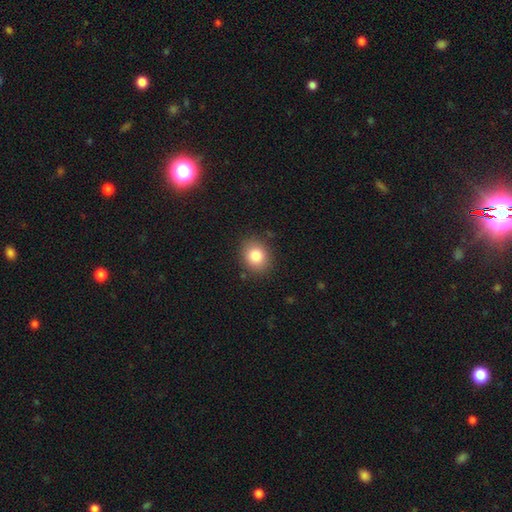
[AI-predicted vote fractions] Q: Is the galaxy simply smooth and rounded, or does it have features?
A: smooth — 83%.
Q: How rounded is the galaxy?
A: round — 67%.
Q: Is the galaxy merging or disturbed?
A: none — 87%.